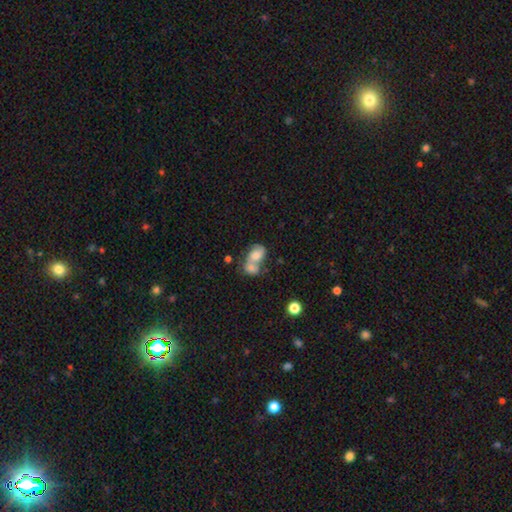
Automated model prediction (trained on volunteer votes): This is possibly a smooth galaxy (55%). How rounded: likely in between (76%). Merging: likely merger (67%).